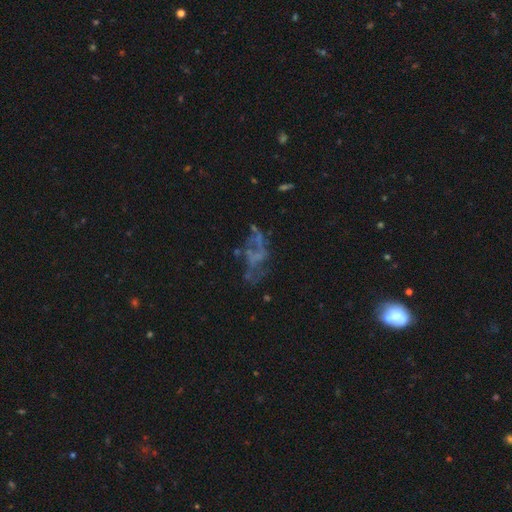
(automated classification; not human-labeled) featured or disk 60%, star or artifact 21%, smooth 19%. Down the decision tree: edge-on disk — no (96%); bar — no (84%); spiral arms — no (79%); bulge size — none (81%); merging — none (41%).